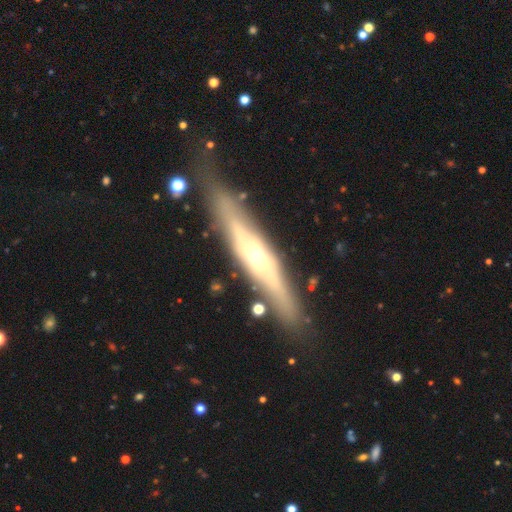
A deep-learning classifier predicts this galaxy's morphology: A featured or disk galaxy (73%) viewed edge-on (83%) with a rounded central bulge (79%). Merging: none (75%).